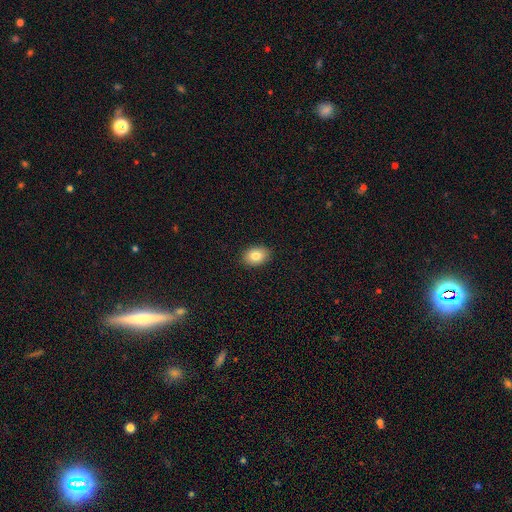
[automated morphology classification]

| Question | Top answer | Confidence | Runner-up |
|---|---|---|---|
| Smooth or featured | smooth | 82% | featured or disk (10%) |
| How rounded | in between | 79% | round (20%) |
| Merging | none | 90% | minor disturbance (7%) |